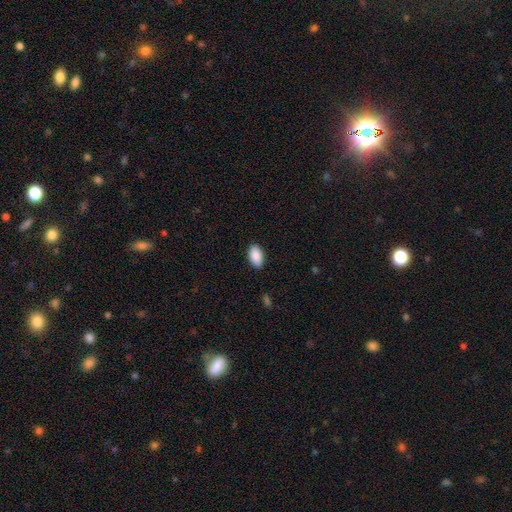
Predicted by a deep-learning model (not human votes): This is clearly a smooth galaxy (89%). How rounded: clearly in between (94%). Merging: clearly none (88%).